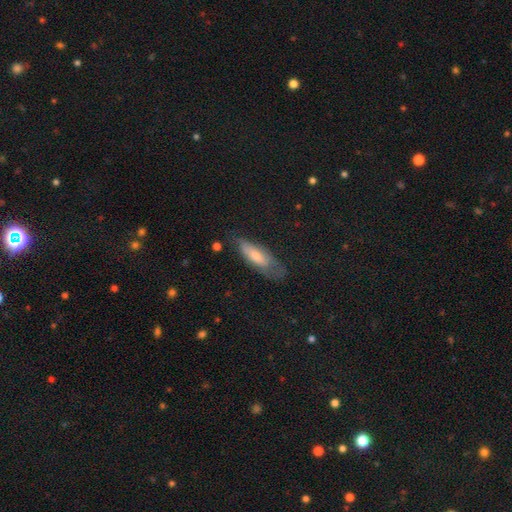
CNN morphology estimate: smooth 64%, featured or disk 29%, star or artifact 7%. Down the decision tree: how rounded — in between (59%); merging — none (53%).